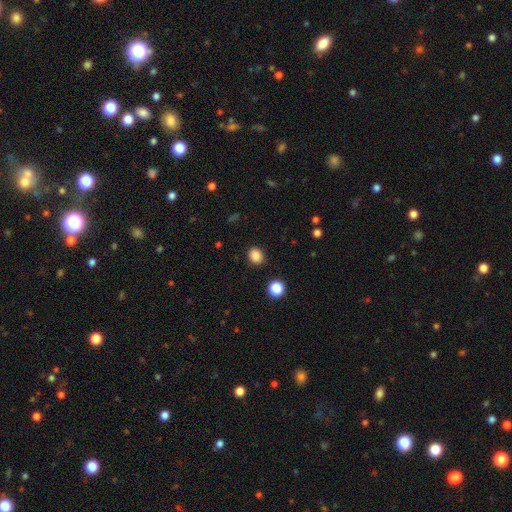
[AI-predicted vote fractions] smooth-or-featured: smooth: 86% | star or artifact: 11% | featured or disk: 3%
  how-rounded: round: 67% | in between: 32% | cigar-shaped: 1%
  merging: none: 88% | minor disturbance: 8% | major disturbance: 2% | merger: 2%